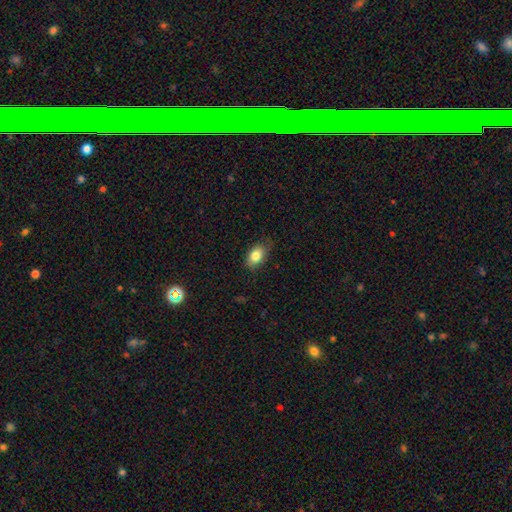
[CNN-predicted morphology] A smooth galaxy with no disk features (83%) that is in between round and cigar-shaped (85%). Merging: none (75%).